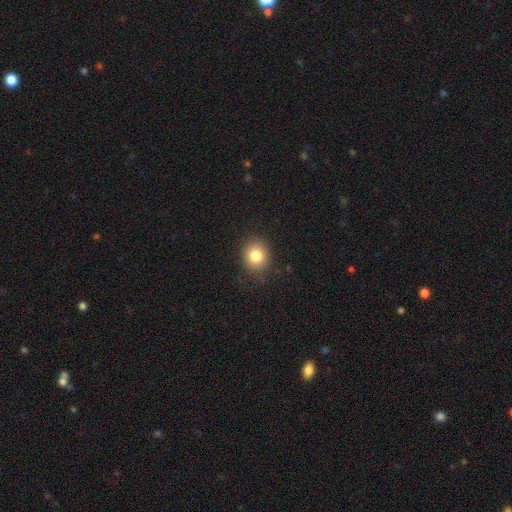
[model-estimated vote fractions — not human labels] A smooth galaxy with no disk features (82%) that is round (74%).

Vote fractions:
- Smooth or featured? smooth: 82% / star or artifact: 11% / featured or disk: 7%
- How rounded? round: 74% / in between: 25% / cigar-shaped: 1%
- Merging? none: 86% / minor disturbance: 10% / major disturbance: 3% / merger: 1%